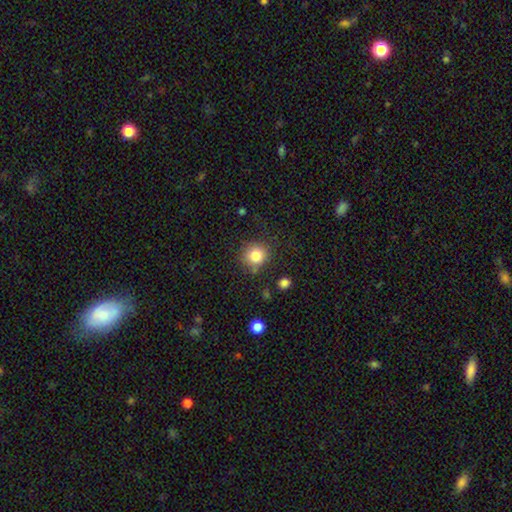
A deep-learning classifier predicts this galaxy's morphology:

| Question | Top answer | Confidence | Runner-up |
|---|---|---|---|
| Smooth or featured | smooth | 83% | star or artifact (11%) |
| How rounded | round | 88% | in between (12%) |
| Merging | none | 81% | minor disturbance (12%) |